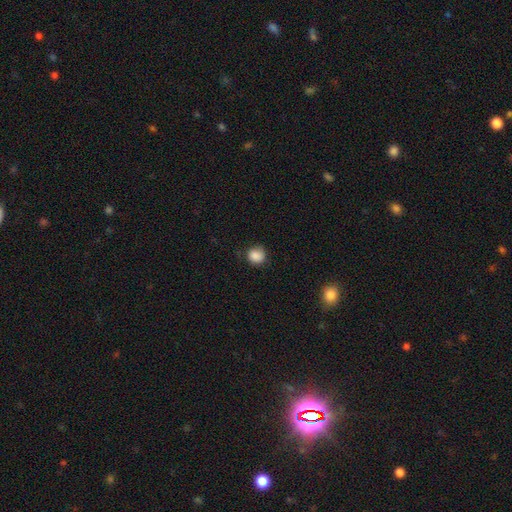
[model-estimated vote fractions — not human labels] Morphology: type=smooth (87%); roundness=round (85%); merging=none (75%).